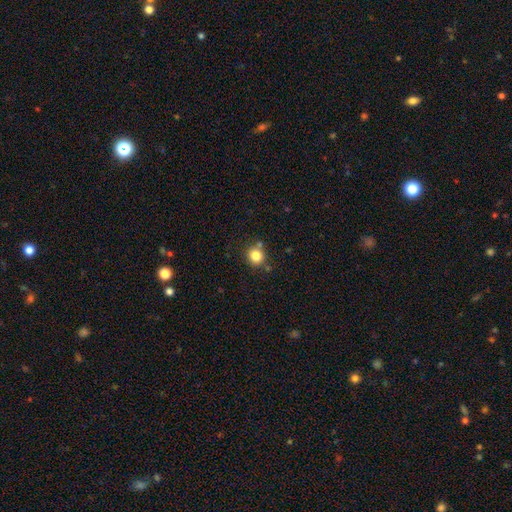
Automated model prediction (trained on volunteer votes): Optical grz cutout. It shows a smooth galaxy with no disk features (82%) that is round (88%). Merging: none (78%).